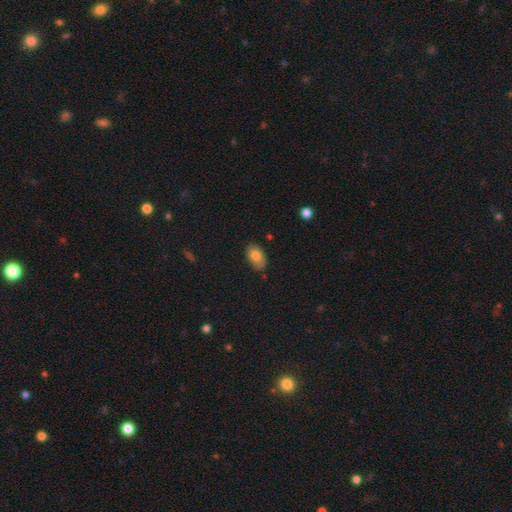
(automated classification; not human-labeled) smooth_or_featured: smooth (p=0.80) [alt: featured or disk p=0.13]
how_rounded: in between (p=0.90) [alt: round p=0.09]
merging: none (p=0.77) [alt: minor disturbance p=0.18]